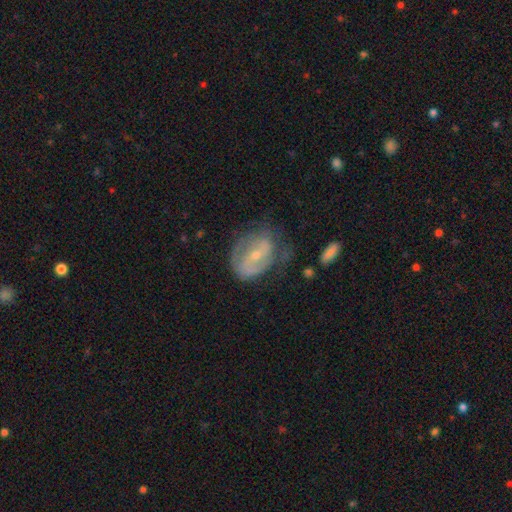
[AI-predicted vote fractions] Morphology: type=featured or disk (71%); edge-on=no (95%); bar=weak (45%); spiral arms=yes (73%); bulge=small (59%); merging=none (49%).